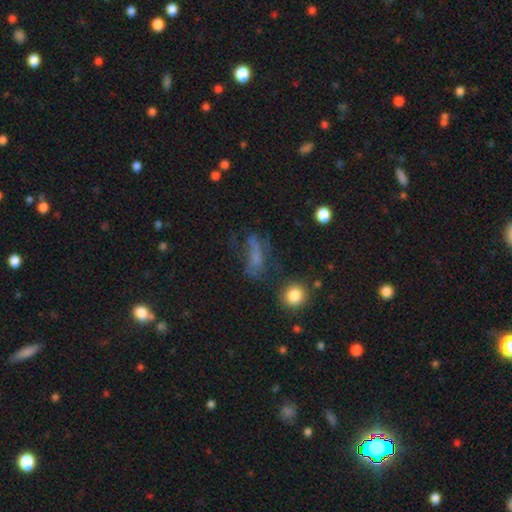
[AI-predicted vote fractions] smooth_or_featured: smooth (p=0.43) [alt: featured or disk p=0.31]
merging: none (p=0.44) [alt: major disturbance p=0.28]